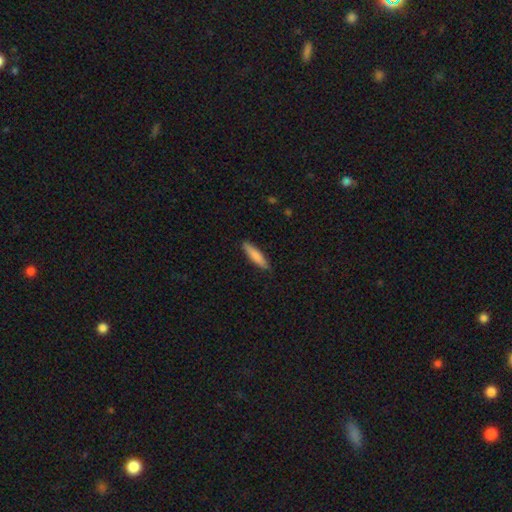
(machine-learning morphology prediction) This appears to be a smooth galaxy with no disk features (80%) that is cigar-shaped (81%). Merging: none (88%).